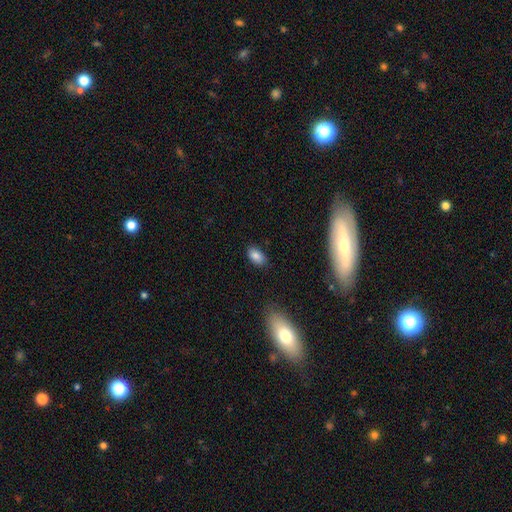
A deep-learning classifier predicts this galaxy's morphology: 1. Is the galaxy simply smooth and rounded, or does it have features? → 84% smooth, 9% star or artifact, 7% featured or disk.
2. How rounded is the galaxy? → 91% in between, 8% round, 2% cigar-shaped.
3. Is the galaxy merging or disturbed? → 83% none, 13% minor disturbance, 3% major disturbance, 1% merger.